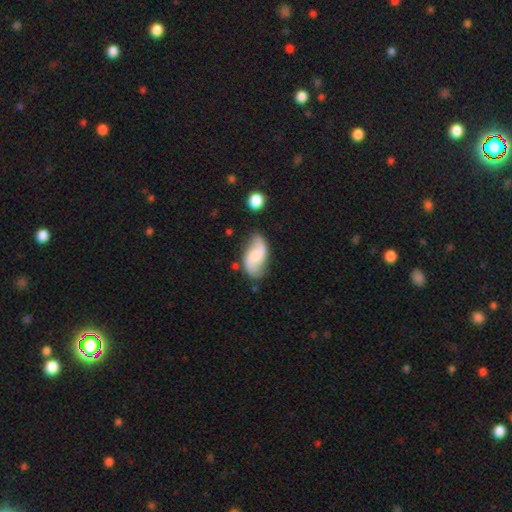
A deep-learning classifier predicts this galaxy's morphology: The model was most divided on "bulge size": none: 35%, small: 33%, moderate: 22%, large: 7%, dominant: 3%. Remaining: edge-on disk — no (97%); spiral arms — yes (93%); spiral arm count — 2 (92%); spiral winding — loose (73%); merging — none (70%); smooth or featured — featured or disk (66%); bar — no (48%).